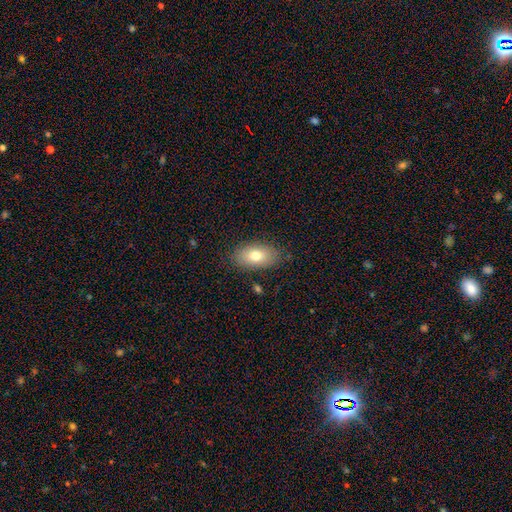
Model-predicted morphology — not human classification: Smooth or featured?
  - smooth: 76% *
  - featured or disk: 16%
  - star or artifact: 8%
How rounded?
  - in between: 91% *
  - round: 6%
  - cigar-shaped: 3%
Merging?
  - none: 83% *
  - minor disturbance: 13%
  - major disturbance: 3%
  - merger: 1%